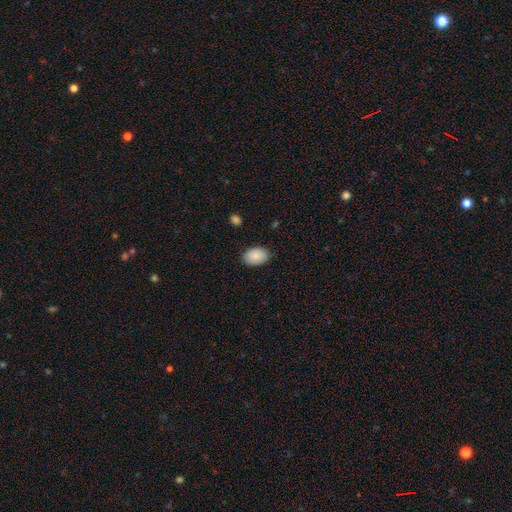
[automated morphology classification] Smooth or featured?
  - smooth: 88% *
  - star or artifact: 6%
  - featured or disk: 5%
How rounded?
  - in between: 88% *
  - round: 11%
  - cigar-shaped: 1%
Merging?
  - none: 87% *
  - minor disturbance: 10%
  - major disturbance: 2%
  - merger: 1%